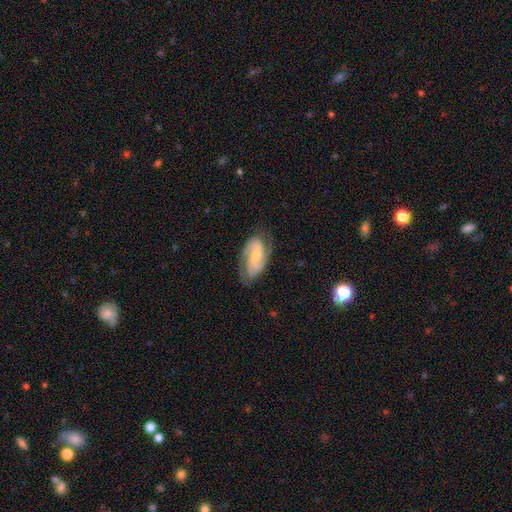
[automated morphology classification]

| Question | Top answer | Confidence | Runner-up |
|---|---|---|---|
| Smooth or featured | featured or disk | 82% | smooth (12%) |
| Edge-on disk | no | 96% | yes (4%) |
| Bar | no | 54% | weak (37%) |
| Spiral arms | yes | 96% | no (4%) |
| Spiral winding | medium | 48% | tight (36%) |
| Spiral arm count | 2 | 82% | can't tell (7%) |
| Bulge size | small | 54% | moderate (38%) |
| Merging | none | 74% | minor disturbance (19%) |